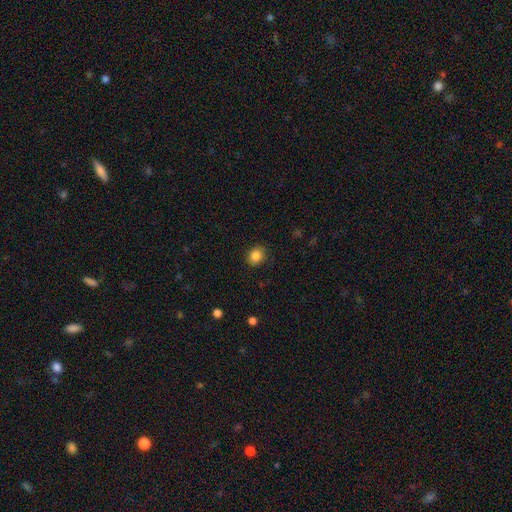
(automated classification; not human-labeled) Smooth or featured?
  - smooth: 85% *
  - star or artifact: 10%
  - featured or disk: 5%
How rounded?
  - round: 73% *
  - in between: 27%
  - cigar-shaped: 1%
Merging?
  - none: 88% *
  - minor disturbance: 8%
  - major disturbance: 2%
  - merger: 1%